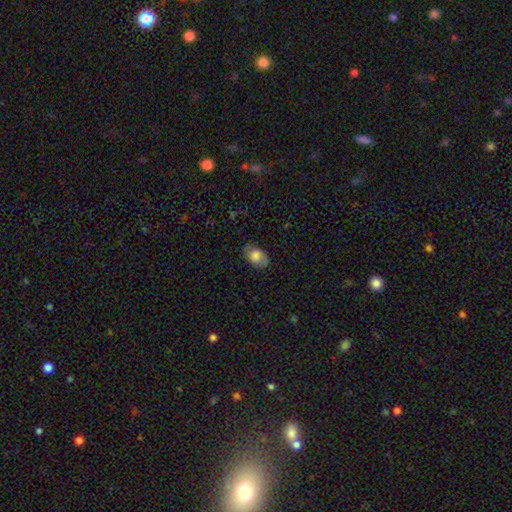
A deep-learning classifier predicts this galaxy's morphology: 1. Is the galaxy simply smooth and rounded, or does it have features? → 75% smooth, 18% featured or disk, 7% star or artifact.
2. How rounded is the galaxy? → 88% in between, 10% round, 1% cigar-shaped.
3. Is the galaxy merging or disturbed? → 77% none, 18% minor disturbance, 4% major disturbance, 1% merger.